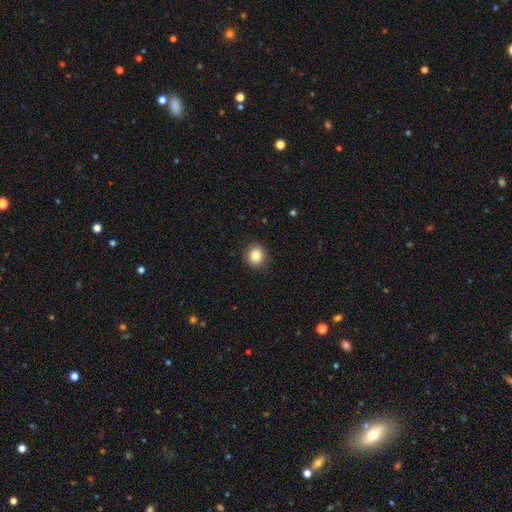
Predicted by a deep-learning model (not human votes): A smooth galaxy with no disk features (84%) that is round (87%). Merging: none (90%).